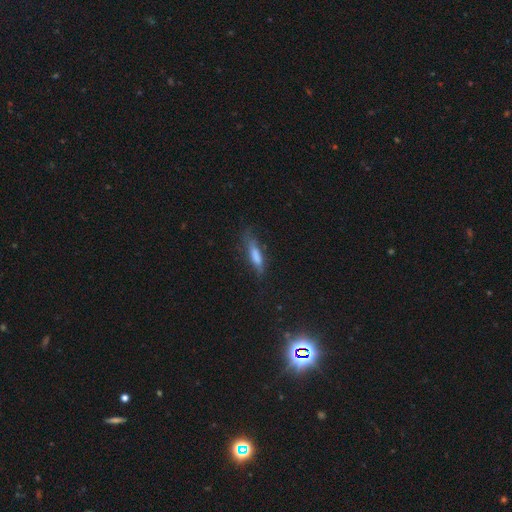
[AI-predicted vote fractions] smooth-or-featured: smooth: 58% | featured or disk: 29% | star or artifact: 13%
  how-rounded: cigar-shaped: 72% | in between: 25% | round: 2%
  merging: none: 61% | minor disturbance: 26% | major disturbance: 11% | merger: 2%